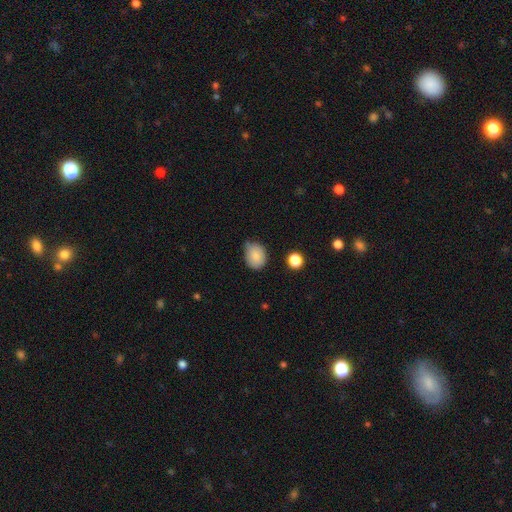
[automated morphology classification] This appears to be a smooth galaxy with no disk features (83%) that is in between round and cigar-shaped (56%). Merging: none (58%).